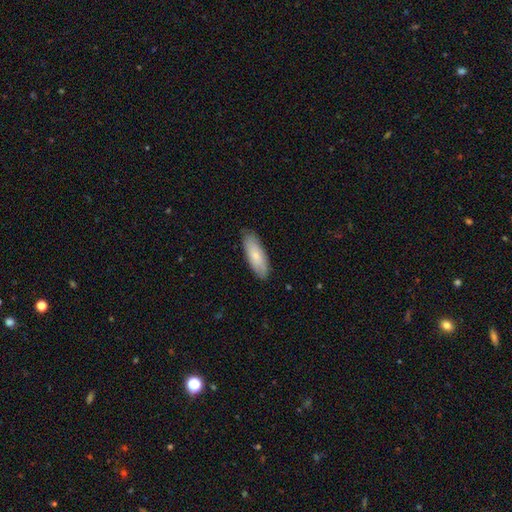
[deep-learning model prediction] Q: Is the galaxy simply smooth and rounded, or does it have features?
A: smooth — 76%.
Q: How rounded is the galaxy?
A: in between — 64%.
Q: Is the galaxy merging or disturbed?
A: none — 85%.